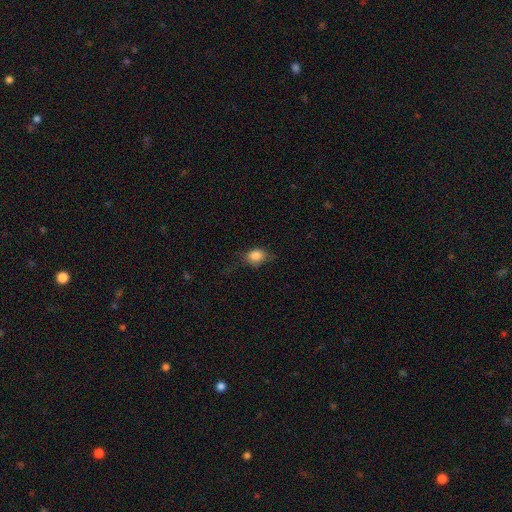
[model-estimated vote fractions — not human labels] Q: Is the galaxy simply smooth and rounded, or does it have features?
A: smooth — 81%.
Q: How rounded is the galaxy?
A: in between — 55%.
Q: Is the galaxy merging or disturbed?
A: none — 52%.